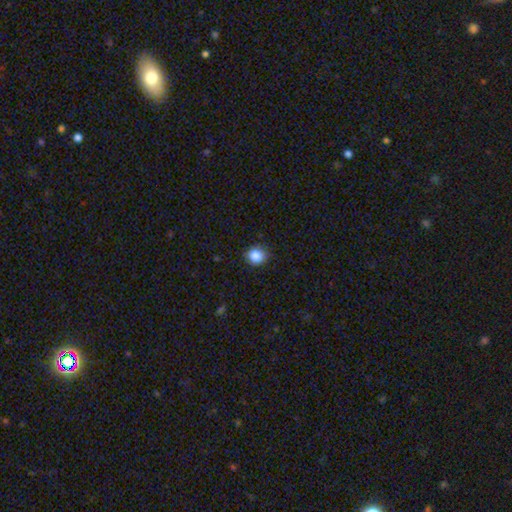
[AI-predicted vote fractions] smooth_or_featured: smooth (p=0.86) [alt: star or artifact p=0.10]
how_rounded: round (p=0.82) [alt: in between p=0.17]
merging: none (p=0.87) [alt: minor disturbance p=0.10]